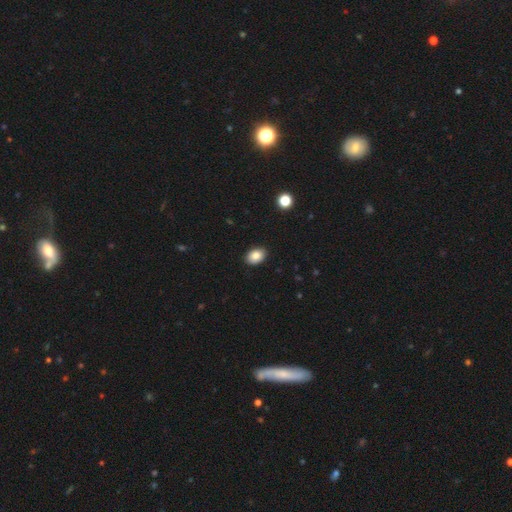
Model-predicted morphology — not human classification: This appears to be a smooth galaxy with no disk features (85%) that is in between round and cigar-shaped (78%). Merging: none (90%).